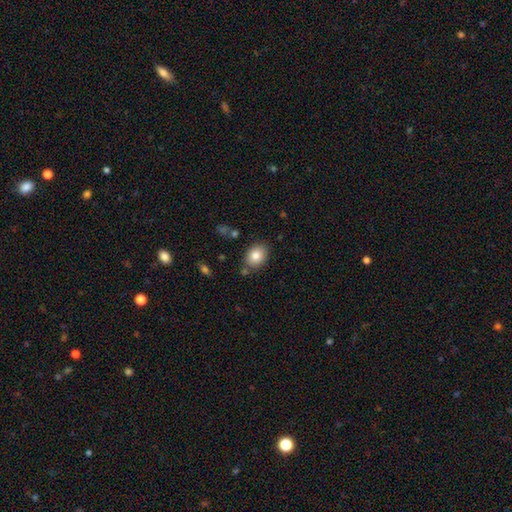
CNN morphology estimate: A smooth galaxy with no disk features (82%) that is in between round and cigar-shaped (65%).

Vote fractions:
- Smooth or featured? smooth: 82% / featured or disk: 10% / star or artifact: 9%
- How rounded? in between: 65% / round: 34% / cigar-shaped: 1%
- Merging? none: 81% / minor disturbance: 12% / merger: 4% / major disturbance: 3%